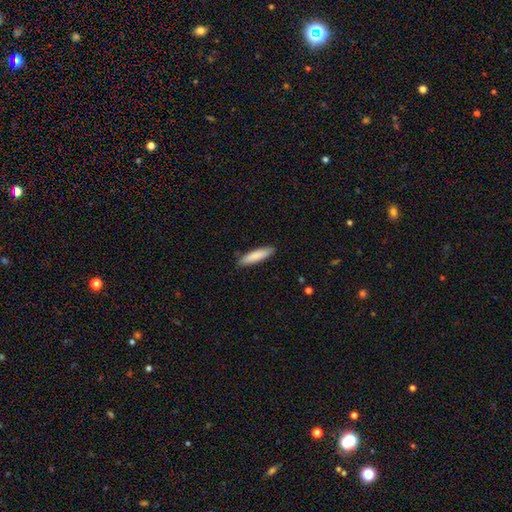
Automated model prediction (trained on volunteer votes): Smooth or featured? Predicted: smooth (p=0.83). How rounded? Predicted: cigar-shaped (p=0.79). Merging? Predicted: none (p=0.87).